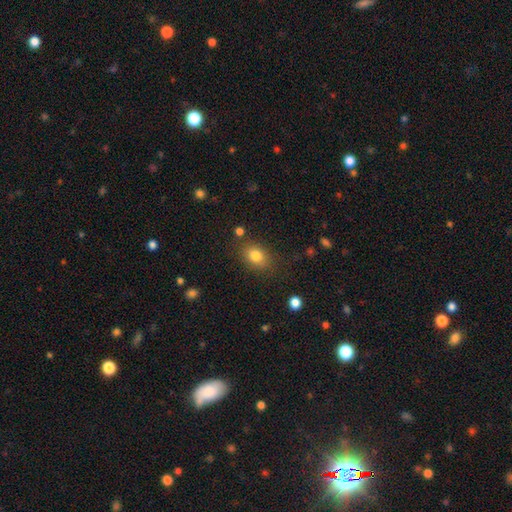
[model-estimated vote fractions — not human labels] Morphology: type=smooth (81%); roundness=in between (68%); merging=none (78%).